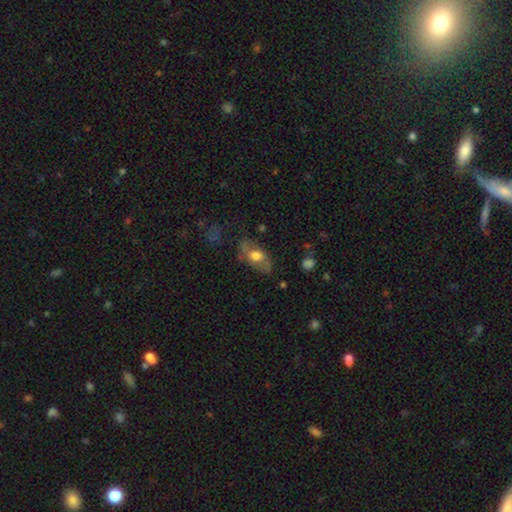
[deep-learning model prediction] smooth_or_featured: smooth (p=0.49) [alt: featured or disk p=0.44]
merging: none (p=0.69) [alt: minor disturbance p=0.20]